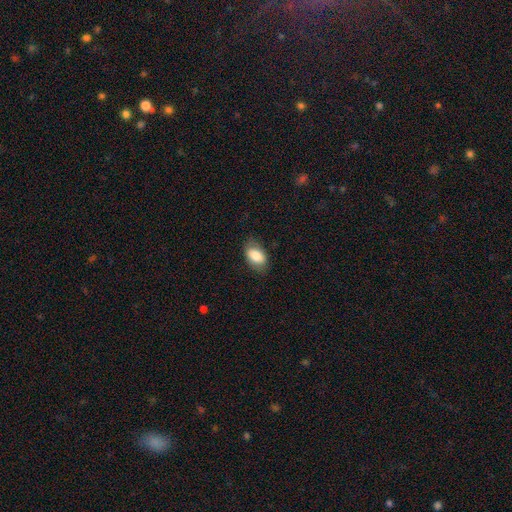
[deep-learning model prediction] This is likely a smooth galaxy (80%). How rounded: clearly in between (90%). Merging: likely none (79%).